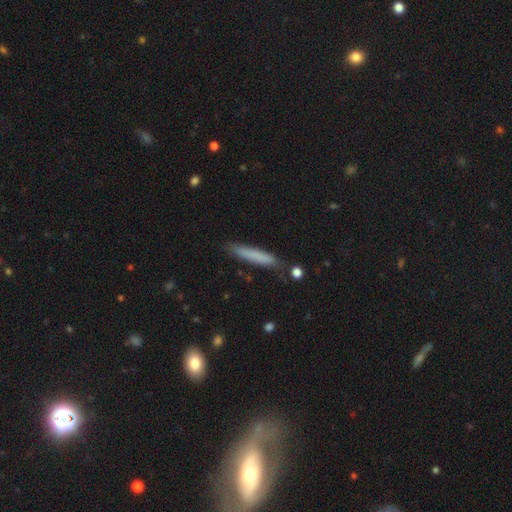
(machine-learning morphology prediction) A smooth galaxy with no disk features (76%) that is cigar-shaped (92%).

Vote fractions:
- Smooth or featured? smooth: 76% / featured or disk: 17% / star or artifact: 7%
- How rounded? cigar-shaped: 92% / in between: 7% / round: 1%
- Merging? none: 79% / minor disturbance: 15% / major disturbance: 3% / merger: 3%